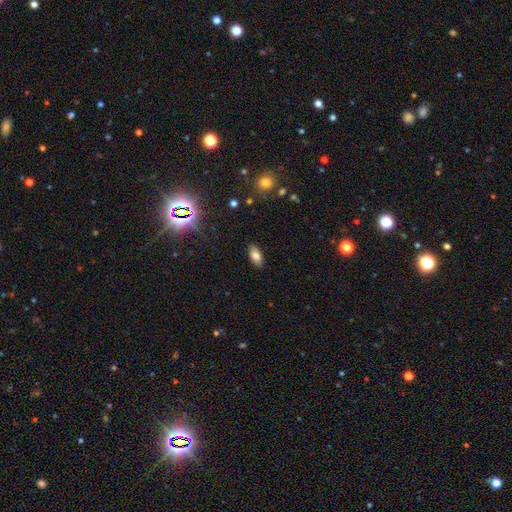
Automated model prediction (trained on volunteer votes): Q: Smooth or featured?
A: smooth (79%); runner-up: star or artifact (11%)
Q: How rounded?
A: in between (90%); runner-up: cigar-shaped (7%)
Q: Merging?
A: none (87%); runner-up: minor disturbance (10%)